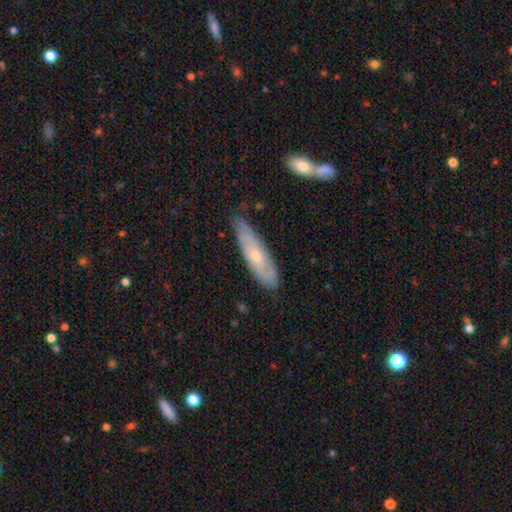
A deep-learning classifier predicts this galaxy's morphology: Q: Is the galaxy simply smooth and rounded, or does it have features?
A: featured or disk — 50%.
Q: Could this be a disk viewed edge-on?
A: no — 62%.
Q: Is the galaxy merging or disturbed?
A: none — 69%.